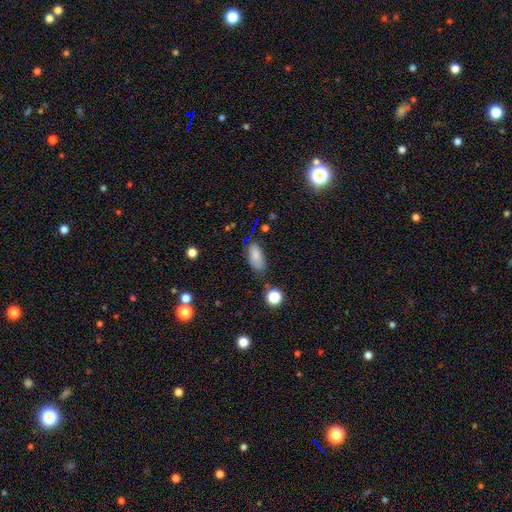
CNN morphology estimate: This appears to be a smooth galaxy with no disk features (80%) that is in between round and cigar-shaped (87%). Merging: none (65%).